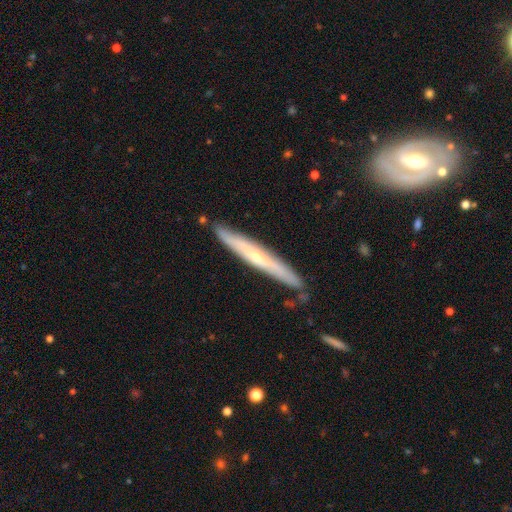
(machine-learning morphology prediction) featured or disk 58%, smooth 37%, star or artifact 5%. Down the decision tree: edge-on disk — yes (88%); edge-on bulge — rounded (55%); merging — none (83%).